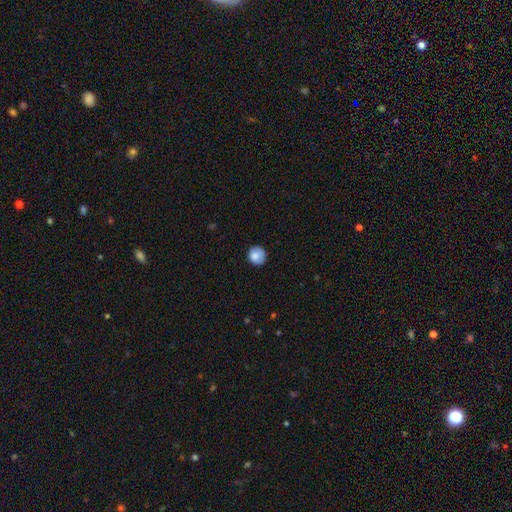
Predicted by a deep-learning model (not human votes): Overall: smooth (81%). How rounded: round (88%). Merging: none (79%).